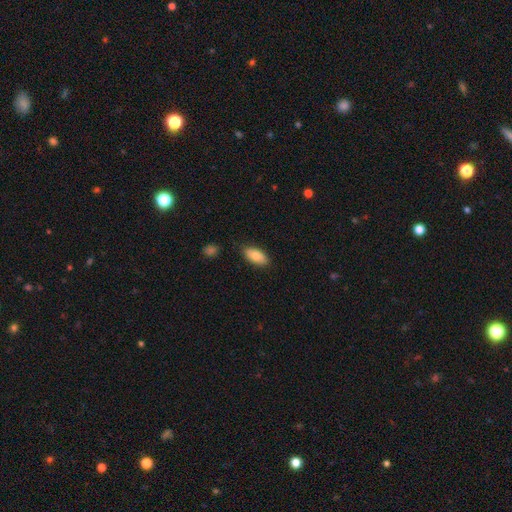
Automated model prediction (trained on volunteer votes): Q: Smooth or featured?
A: smooth (78%); runner-up: featured or disk (15%)
Q: How rounded?
A: in between (92%); runner-up: cigar-shaped (5%)
Q: Merging?
A: none (83%); runner-up: minor disturbance (14%)